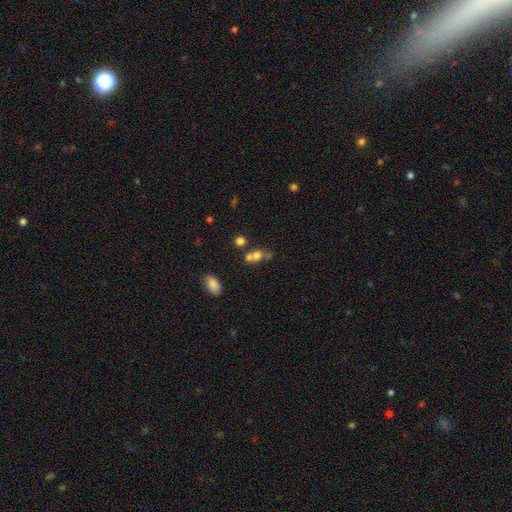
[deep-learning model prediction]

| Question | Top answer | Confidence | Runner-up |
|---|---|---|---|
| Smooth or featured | smooth | 68% | featured or disk (19%) |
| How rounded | round | 56% | in between (41%) |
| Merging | merger | 54% | none (31%) |